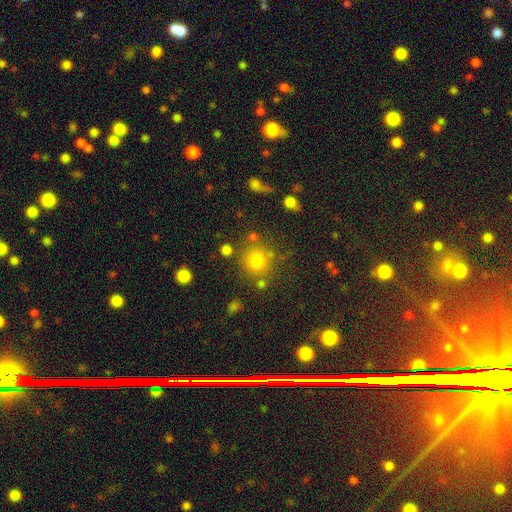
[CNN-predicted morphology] Smooth or featured: smooth — 71% (star or artifact — 21%)
How rounded: round — 92% (in between — 7%)
Merging: none — 80% (minor disturbance — 9%)